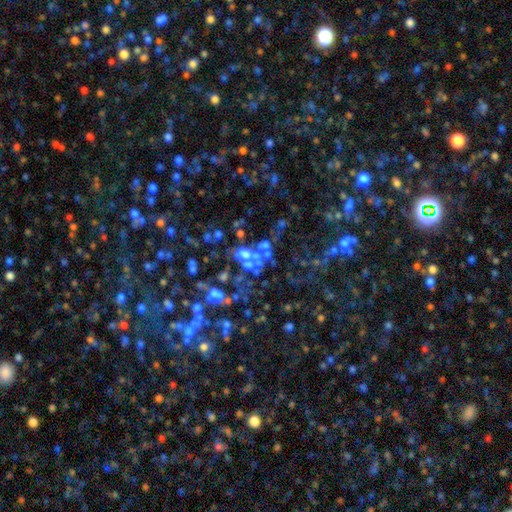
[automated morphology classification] type=smooth (37%); merging=merger (43%).